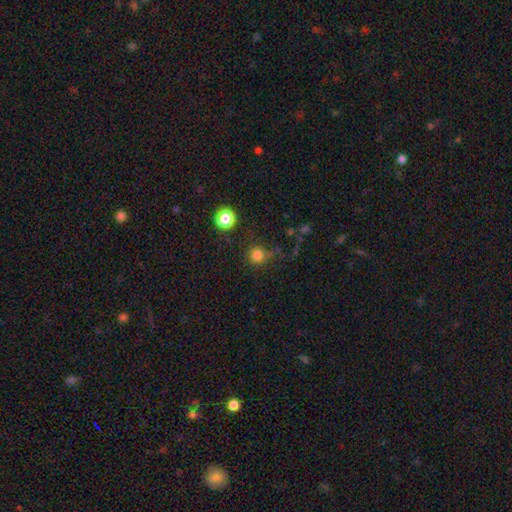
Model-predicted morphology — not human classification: A smooth galaxy with no disk features (67%) that is round (93%).

Vote fractions:
- Smooth or featured? smooth: 67% / star or artifact: 26% / featured or disk: 6%
- How rounded? round: 93% / in between: 6% / cigar-shaped: 1%
- Merging? none: 78% / minor disturbance: 11% / major disturbance: 6% / merger: 5%